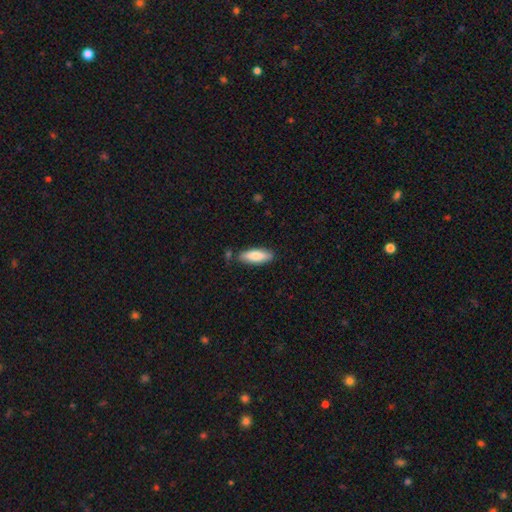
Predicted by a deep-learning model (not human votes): This is clearly a smooth galaxy (81%). How rounded: likely in between (64%). Merging: clearly none (80%).